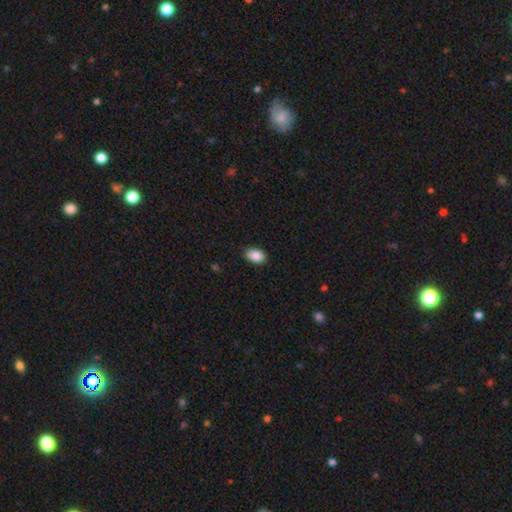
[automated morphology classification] This is clearly a smooth galaxy (87%). How rounded: clearly in between (84%). Merging: clearly none (87%).